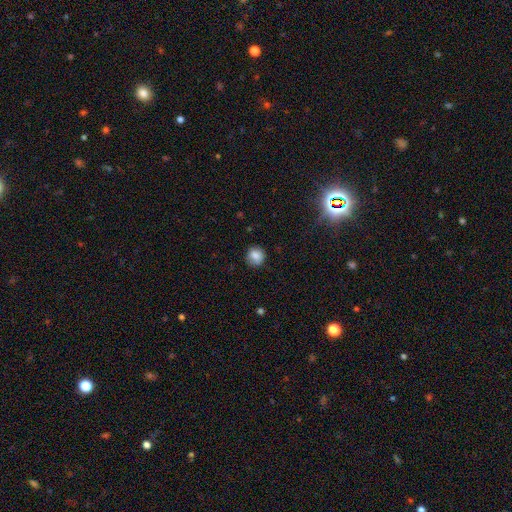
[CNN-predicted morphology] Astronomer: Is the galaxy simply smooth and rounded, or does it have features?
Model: smooth — 83%.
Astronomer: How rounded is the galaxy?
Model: round — 89%.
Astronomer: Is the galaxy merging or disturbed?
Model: none — 83%.